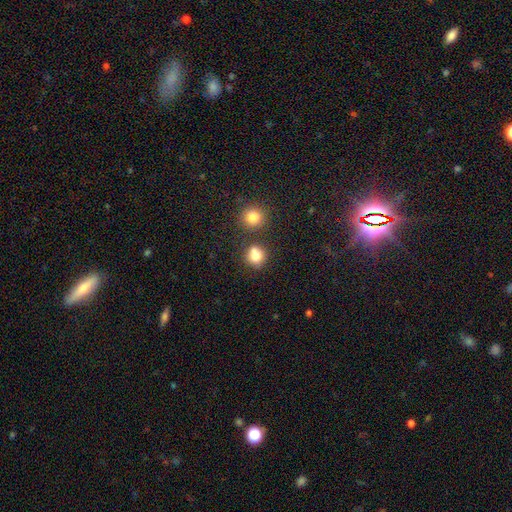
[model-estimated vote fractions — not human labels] Smooth or featured: smooth — 80% (star or artifact — 12%)
How rounded: round — 81% (in between — 18%)
Merging: none — 65% (merger — 18%)